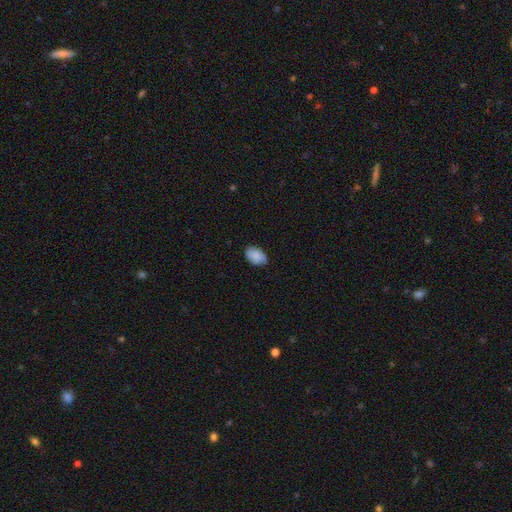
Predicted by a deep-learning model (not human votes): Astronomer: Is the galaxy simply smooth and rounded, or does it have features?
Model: smooth — 80%.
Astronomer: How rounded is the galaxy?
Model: in between — 86%.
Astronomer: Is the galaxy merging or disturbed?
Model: none — 78%.